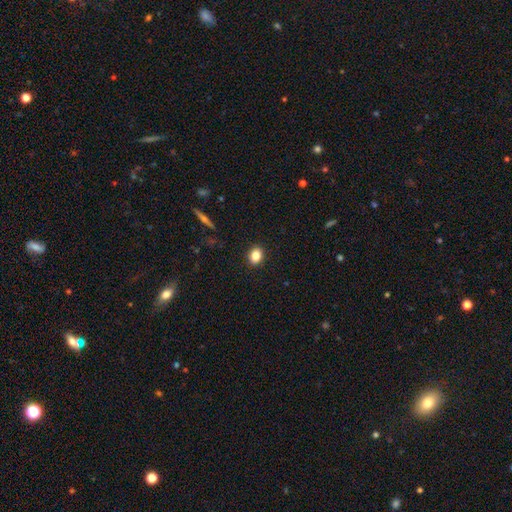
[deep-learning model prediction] The model was most divided on "how rounded": in between: 62%, round: 36%, cigar-shaped: 1%. More confident: merging — none (90%); smooth or featured — smooth (84%).